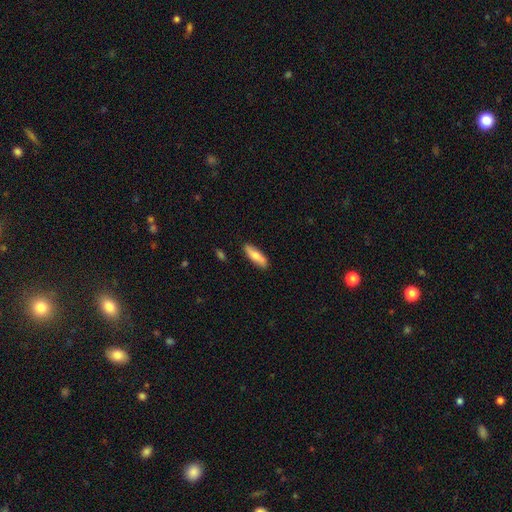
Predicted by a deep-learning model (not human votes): smooth_or_featured: smooth (p=0.75) [alt: featured or disk p=0.20]
how_rounded: cigar-shaped (p=0.56) [alt: in between p=0.42]
merging: none (p=0.86) [alt: minor disturbance p=0.11]